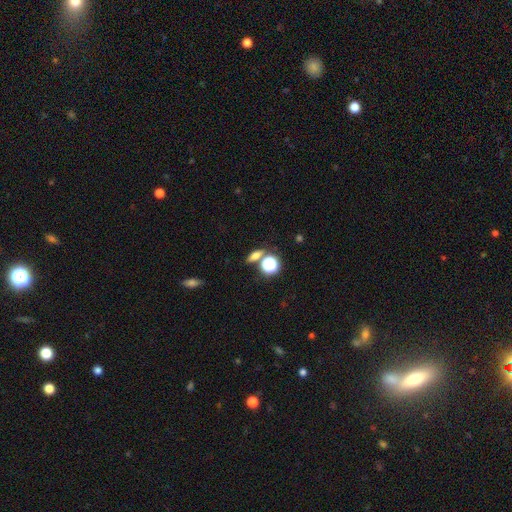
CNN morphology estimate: smooth_or_featured: smooth (p=0.59) [alt: star or artifact p=0.23]
how_rounded: in between (p=0.47) [alt: round p=0.31]
merging: none (p=0.73) [alt: merger p=0.14]